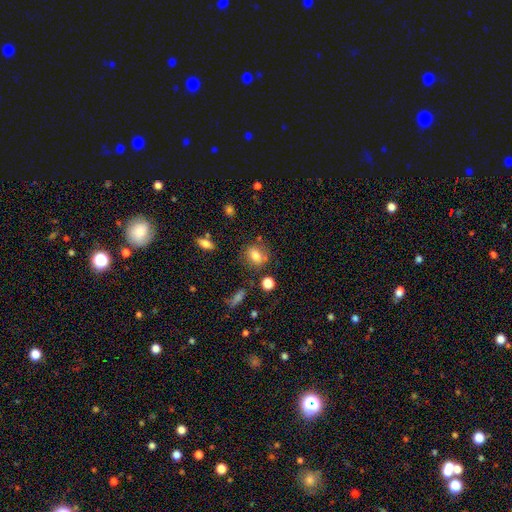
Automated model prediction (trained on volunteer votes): Smooth or featured: smooth — 76% (featured or disk — 13%)
How rounded: in between — 55% (round — 43%)
Merging: none — 66% (minor disturbance — 19%)